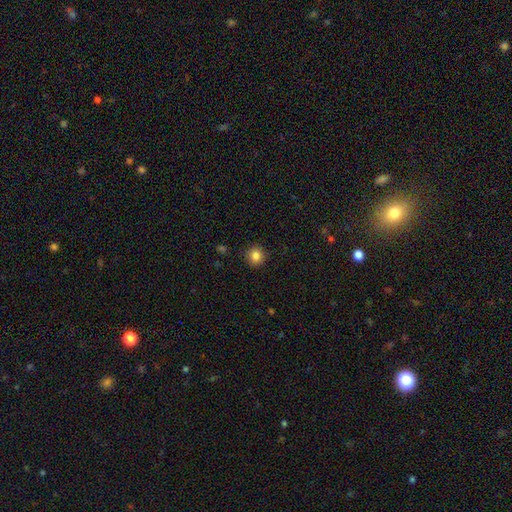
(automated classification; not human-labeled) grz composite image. It shows a smooth galaxy with no disk features (84%) that is round (90%). Merging: none (90%).